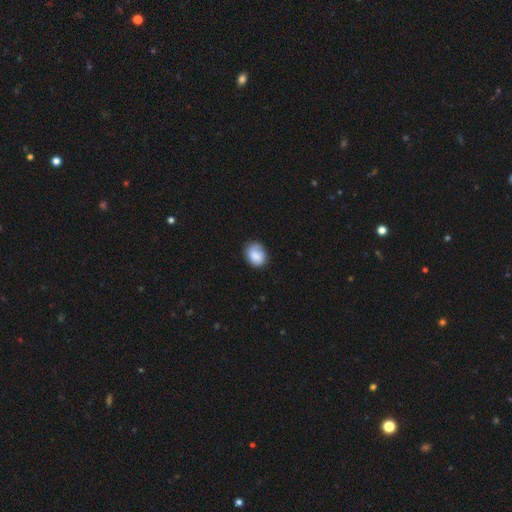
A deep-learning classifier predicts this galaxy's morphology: Overall: smooth (83%). How rounded: in between (52%; round 47%). Merging: none (69%).